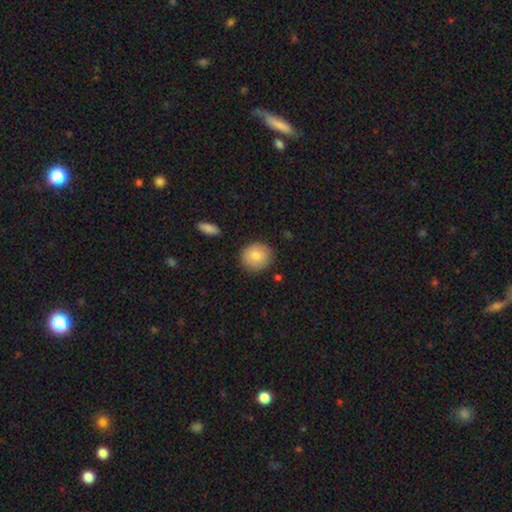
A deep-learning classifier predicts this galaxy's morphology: Overall: smooth (83%). How rounded: round (87%). Merging: none (86%).